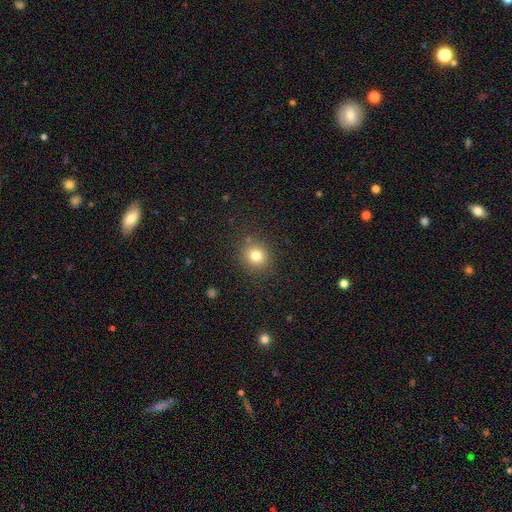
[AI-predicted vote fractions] Smooth or featured?
  - smooth: 79% *
  - star or artifact: 13%
  - featured or disk: 8%
How rounded?
  - round: 87% *
  - in between: 12%
  - cigar-shaped: 1%
Merging?
  - none: 87% *
  - minor disturbance: 8%
  - major disturbance: 3%
  - merger: 2%